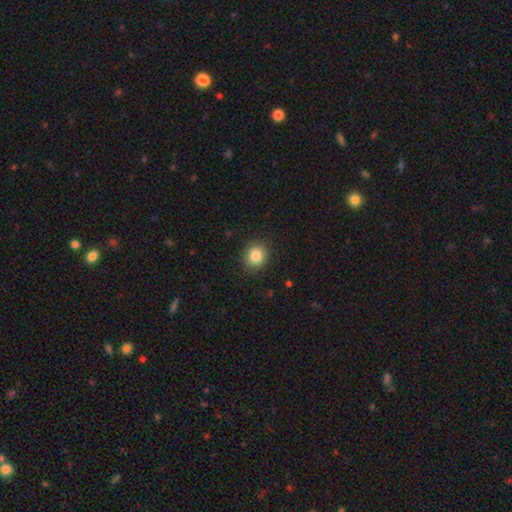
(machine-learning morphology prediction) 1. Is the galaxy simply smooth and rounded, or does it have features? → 84% smooth, 10% star or artifact, 6% featured or disk.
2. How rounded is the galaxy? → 82% round, 17% in between, 1% cigar-shaped.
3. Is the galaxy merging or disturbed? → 90% none, 7% minor disturbance, 2% major disturbance, 1% merger.